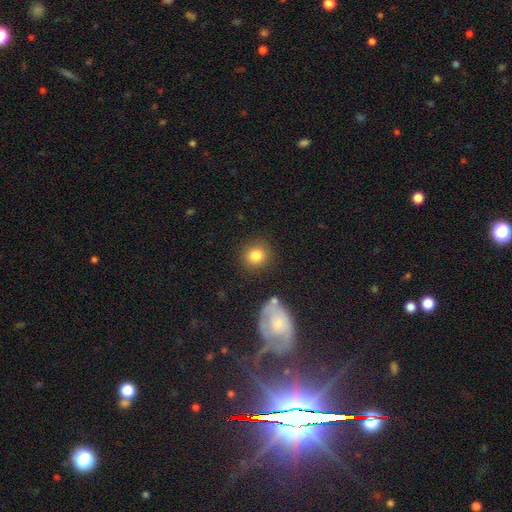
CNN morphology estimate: smooth_or_featured: smooth (p=0.84) [alt: star or artifact p=0.09]
how_rounded: round (p=0.86) [alt: in between p=0.13]
merging: none (p=0.83) [alt: minor disturbance p=0.09]